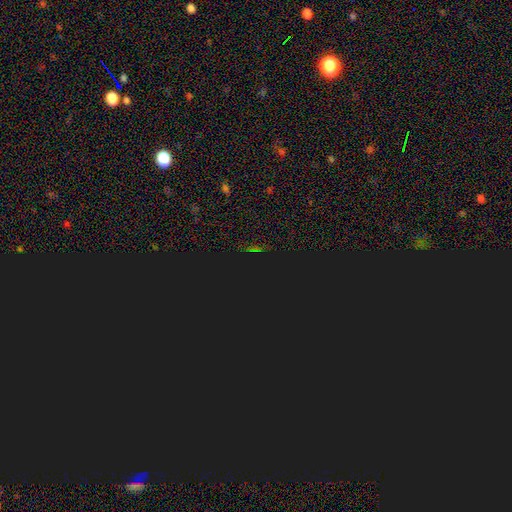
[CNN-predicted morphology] Overall: star or artifact (75%).